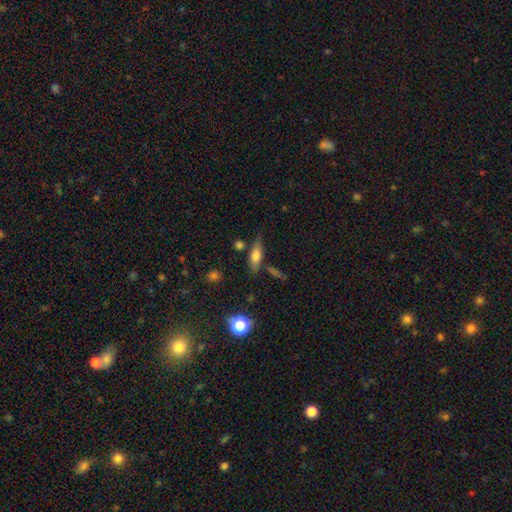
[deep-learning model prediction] Morphology: type=smooth (57%); roundness=in between (52%); merging=none (70%).